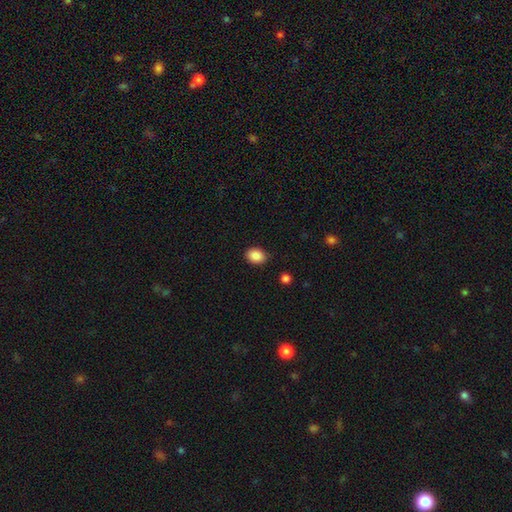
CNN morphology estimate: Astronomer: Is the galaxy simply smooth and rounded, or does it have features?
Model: smooth — 88%.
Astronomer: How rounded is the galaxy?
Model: in between — 63%.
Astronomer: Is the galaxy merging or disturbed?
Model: none — 86%.